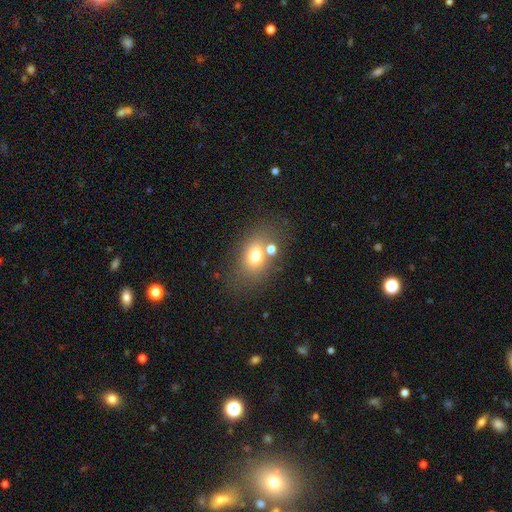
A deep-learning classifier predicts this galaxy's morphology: Q: Smooth or featured?
A: smooth (70%); runner-up: featured or disk (16%)
Q: How rounded?
A: in between (66%); runner-up: round (32%)
Q: Merging?
A: none (61%); runner-up: merger (19%)